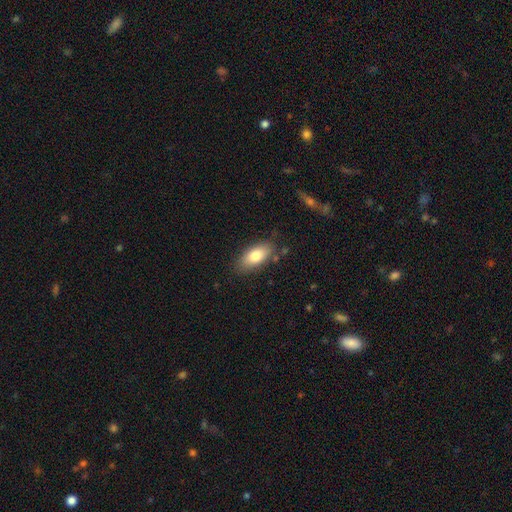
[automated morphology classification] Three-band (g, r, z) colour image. It shows a smooth galaxy with no disk features (80%) that is in between round and cigar-shaped (86%). Merging: none (81%).